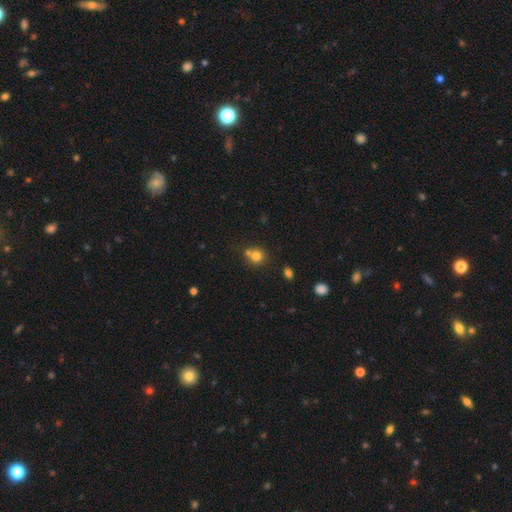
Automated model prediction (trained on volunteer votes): Smooth or featured: smooth — 78% (star or artifact — 13%)
How rounded: round — 84% (in between — 15%)
Merging: none — 53% (merger — 33%)